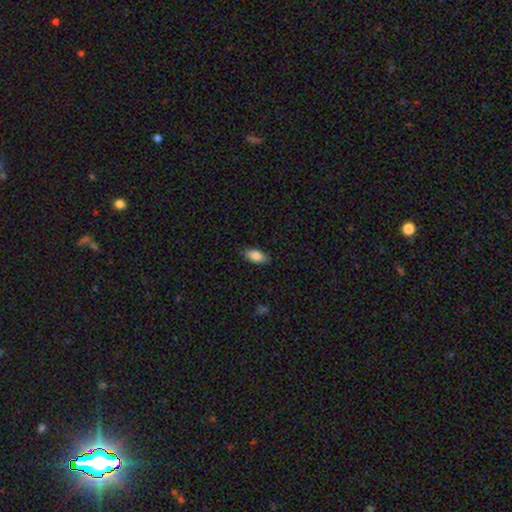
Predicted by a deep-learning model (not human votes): This appears to be a smooth galaxy with no disk features (84%) that is in between round and cigar-shaped (90%). Merging: none (85%).